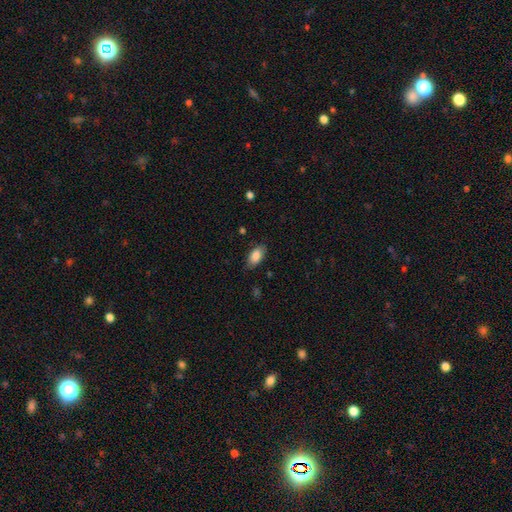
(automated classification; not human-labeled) This appears to be a smooth galaxy with no disk features (86%) that is in between round and cigar-shaped (92%). Merging: none (81%).